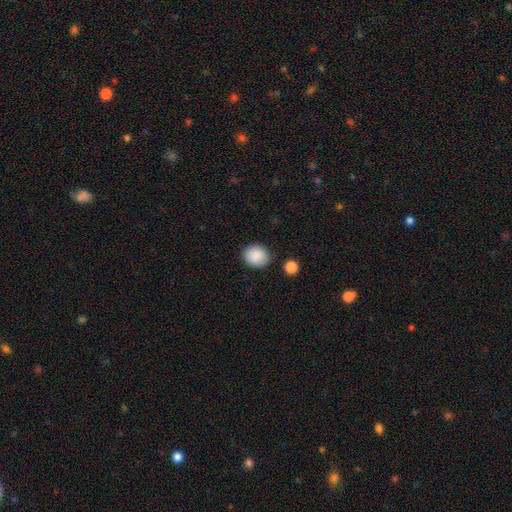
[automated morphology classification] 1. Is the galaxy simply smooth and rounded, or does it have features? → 89% smooth, 8% star or artifact, 4% featured or disk.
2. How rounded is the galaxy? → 68% round, 31% in between, 1% cigar-shaped.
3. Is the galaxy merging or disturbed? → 84% none, 10% minor disturbance, 3% major disturbance, 3% merger.